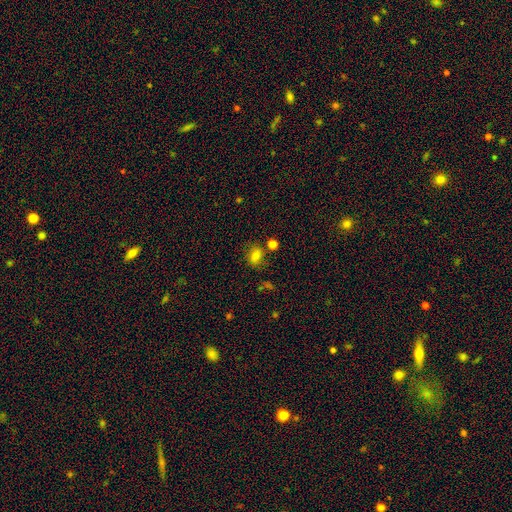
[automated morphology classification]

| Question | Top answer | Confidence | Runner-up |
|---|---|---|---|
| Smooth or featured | smooth | 77% | star or artifact (14%) |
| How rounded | in between | 61% | round (38%) |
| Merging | none | 69% | minor disturbance (15%) |